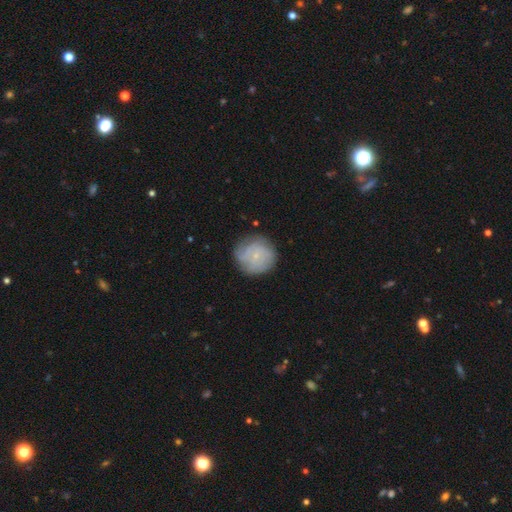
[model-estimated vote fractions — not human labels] This is possibly a smooth galaxy (47%). Merging: likely none (74%).